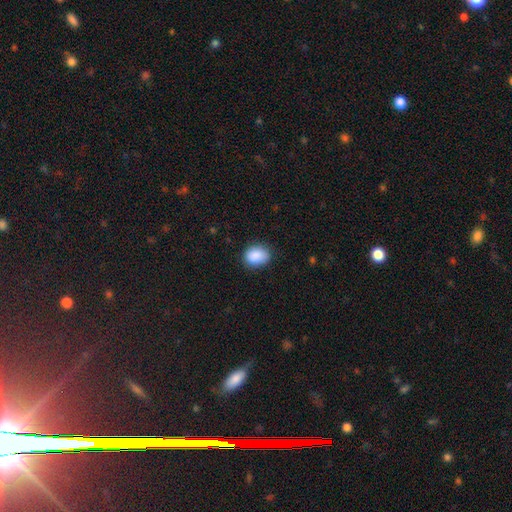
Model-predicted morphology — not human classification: Smooth or featured?
  - smooth: 89% *
  - star or artifact: 7%
  - featured or disk: 3%
How rounded?
  - in between: 64% *
  - round: 35%
  - cigar-shaped: 1%
Merging?
  - none: 83% *
  - minor disturbance: 13%
  - major disturbance: 3%
  - merger: 1%